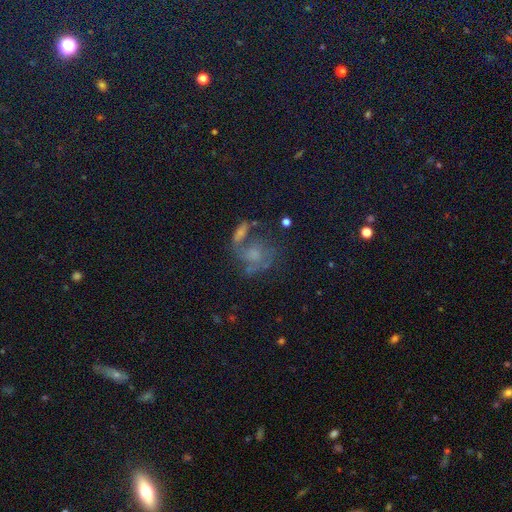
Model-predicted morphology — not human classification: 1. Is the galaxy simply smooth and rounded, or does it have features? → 51% featured or disk, 29% smooth, 20% star or artifact.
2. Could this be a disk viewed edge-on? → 96% no, 4% yes.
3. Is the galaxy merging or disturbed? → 34% none, 27% merger, 23% major disturbance, 16% minor disturbance.